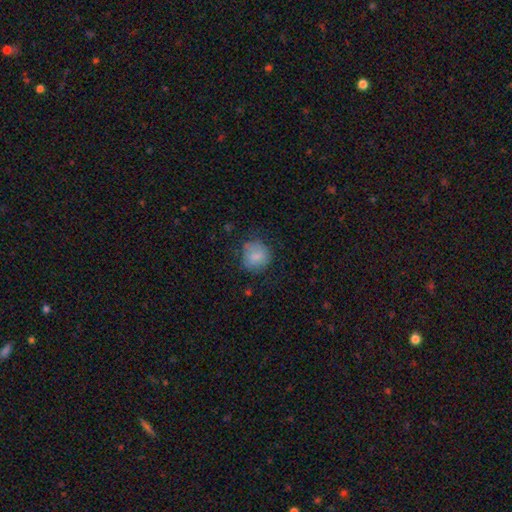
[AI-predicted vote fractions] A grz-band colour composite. It shows a smooth galaxy with no disk features (80%) that is round (83%). Merging: none (68%).